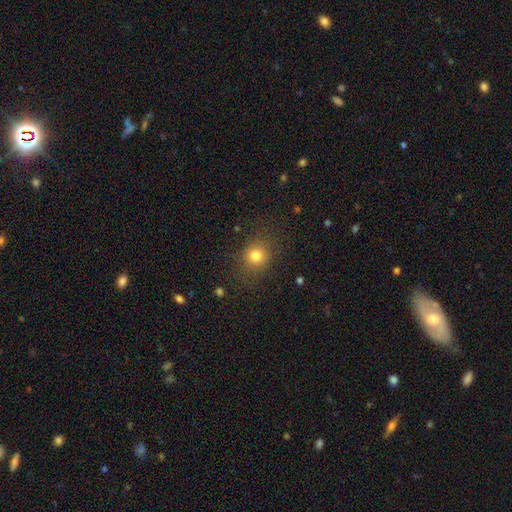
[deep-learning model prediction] smooth 80%, star or artifact 13%, featured or disk 7%. Down the decision tree: how rounded — round (82%); merging — none (83%).